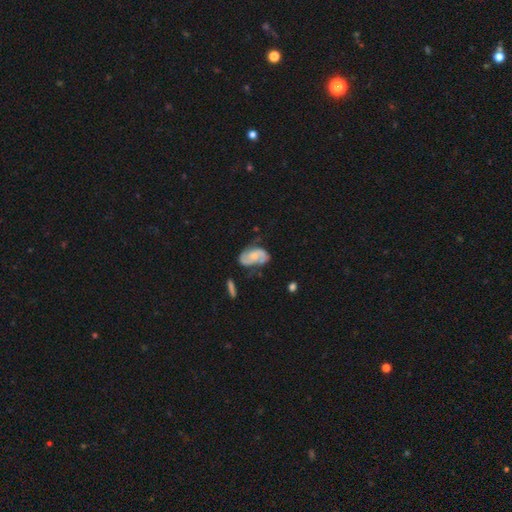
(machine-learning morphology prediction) A featured or disk galaxy (77%) with no bar (60%), 2 (87%) medium (47%) spiral arms (94%) and a small central bulge (43%). Merging: none (62%).